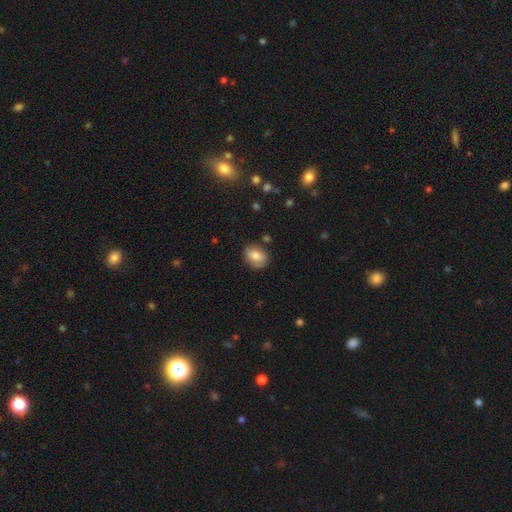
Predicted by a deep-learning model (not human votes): Smooth or featured?
  - smooth: 79% *
  - featured or disk: 13%
  - star or artifact: 8%
How rounded?
  - in between: 60% *
  - round: 39%
  - cigar-shaped: 1%
Merging?
  - none: 74% *
  - minor disturbance: 19%
  - major disturbance: 4%
  - merger: 3%